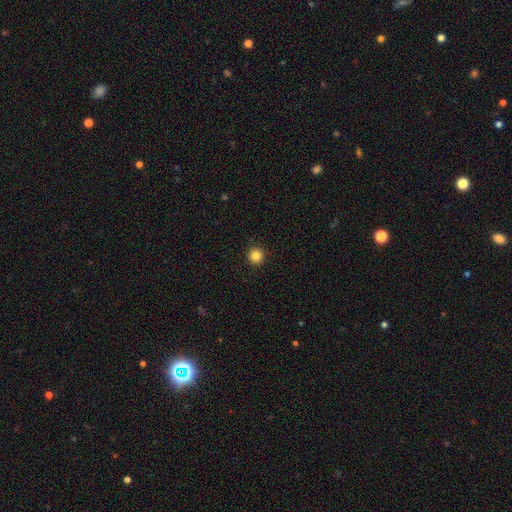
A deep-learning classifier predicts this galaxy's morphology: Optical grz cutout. It shows a smooth galaxy with no disk features (85%) that is round (94%). Merging: none (92%).